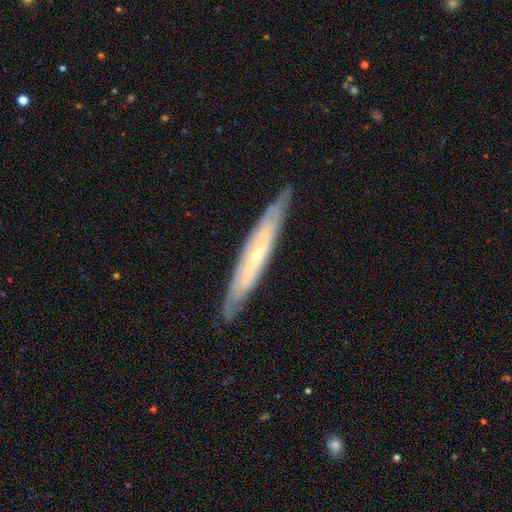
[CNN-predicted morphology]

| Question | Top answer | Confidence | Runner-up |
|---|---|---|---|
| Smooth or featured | featured or disk | 73% | smooth (21%) |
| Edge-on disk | yes | 67% | no (33%) |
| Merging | none | 85% | minor disturbance (12%) |